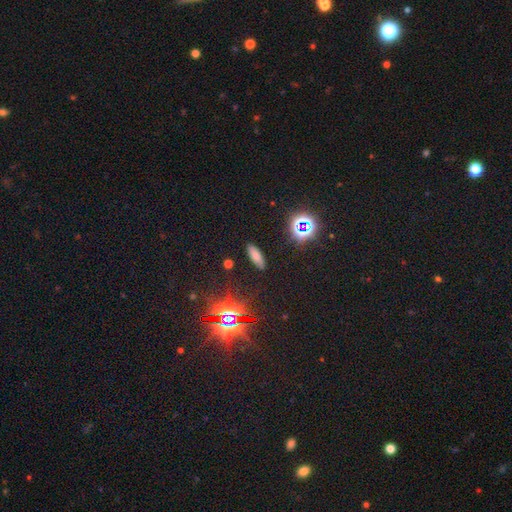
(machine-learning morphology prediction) smooth 66%, star or artifact 23%, featured or disk 10%. Down the decision tree: how rounded — in between (57%); merging — none (89%).